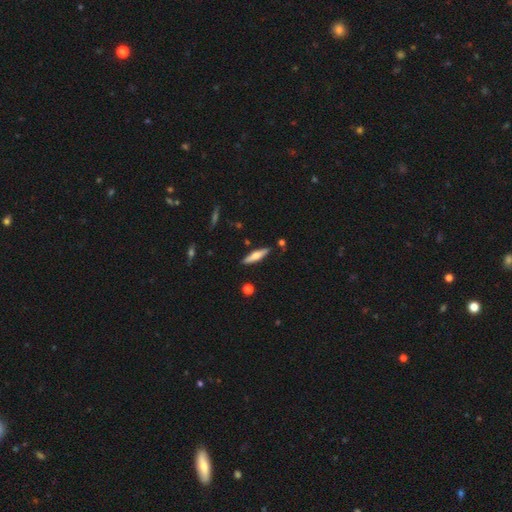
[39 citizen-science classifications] Smooth or featured? 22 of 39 (56%) said smooth. How rounded? 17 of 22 (77%) said cigar-shaped. Merging? 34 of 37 (92%) said none.